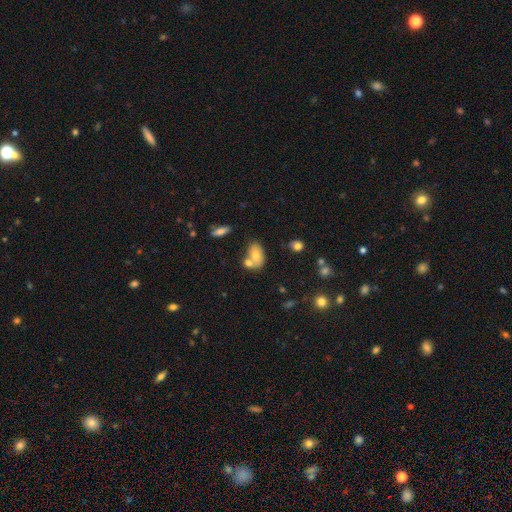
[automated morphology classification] A smooth galaxy with no disk features (69%) that is in between round and cigar-shaped (86%). Merging: merger (46%).